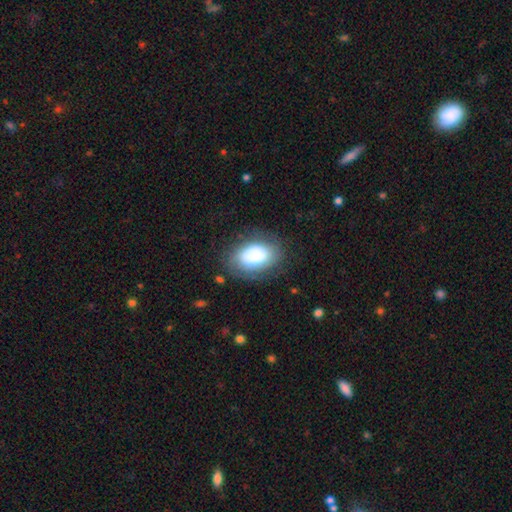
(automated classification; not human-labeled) Smooth or featured? Predicted: smooth (p=0.78). How rounded? Predicted: in between (p=0.88). Merging? Predicted: none (p=0.72).